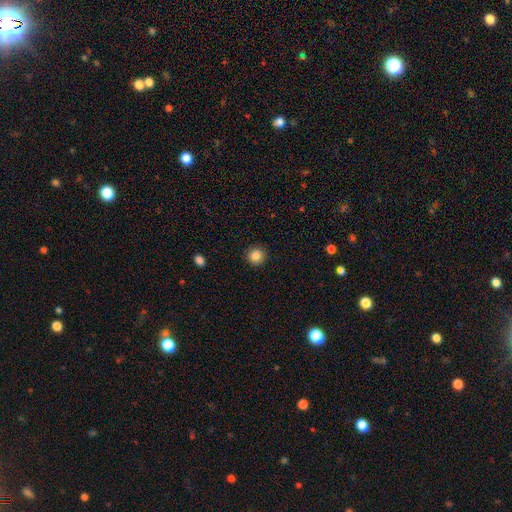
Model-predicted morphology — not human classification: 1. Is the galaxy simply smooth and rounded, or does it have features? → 84% smooth, 10% star or artifact, 5% featured or disk.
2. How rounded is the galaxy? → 93% round, 6% in between, 1% cigar-shaped.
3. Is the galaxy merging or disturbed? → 92% none, 5% minor disturbance, 2% major disturbance, 1% merger.